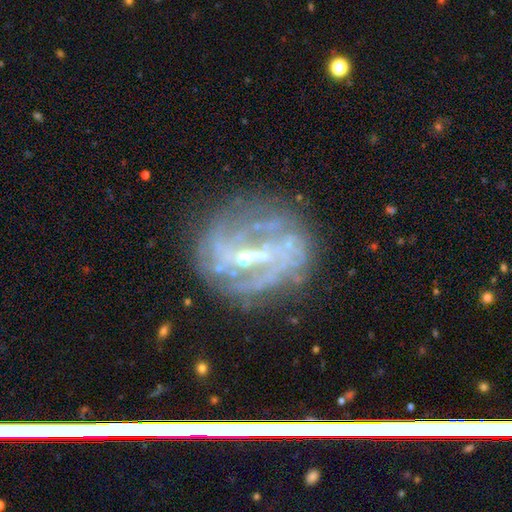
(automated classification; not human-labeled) The model was most divided on "bar": weak: 38%, no: 35%, strong: 27%. Remaining: edge-on disk — no (96%); spiral arms — yes (79%); smooth or featured — featured or disk (79%); bulge size — small (67%); merging — none (65%); spiral winding — tight (43%); spiral arm count — can't tell (37%).